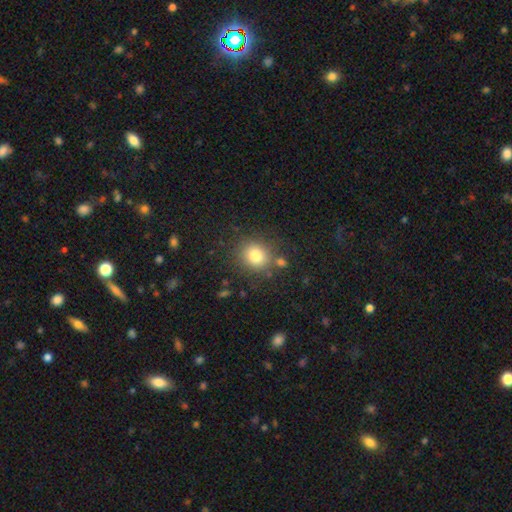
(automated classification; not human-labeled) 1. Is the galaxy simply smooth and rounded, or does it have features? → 79% smooth, 12% star or artifact, 9% featured or disk.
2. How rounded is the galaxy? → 79% round, 20% in between, 1% cigar-shaped.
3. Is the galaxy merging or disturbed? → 78% none, 11% minor disturbance, 7% merger, 4% major disturbance.